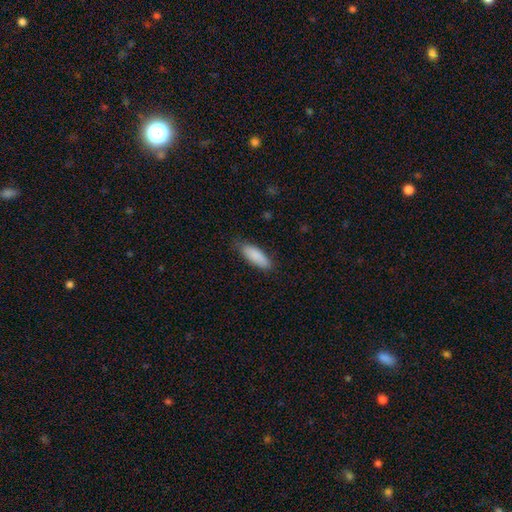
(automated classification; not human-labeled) The model was most divided on "how rounded": in between: 66%, cigar-shaped: 32%, round: 2%. More confident: smooth or featured — smooth (88%); merging — none (78%).